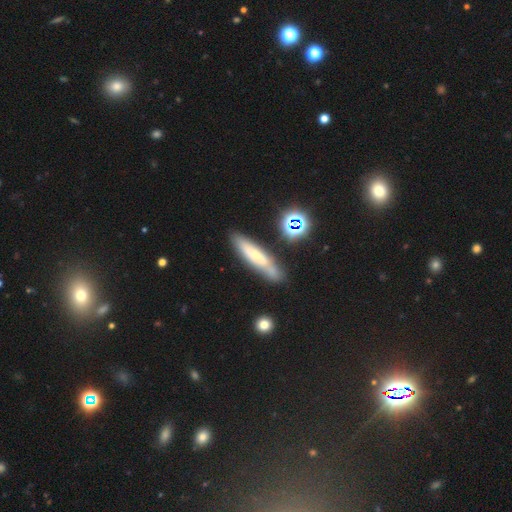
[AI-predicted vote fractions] Smooth or featured?
  - smooth: 50% *
  - featured or disk: 40%
  - star or artifact: 10%
Merging?
  - none: 71% *
  - minor disturbance: 16%
  - merger: 9%
  - major disturbance: 5%